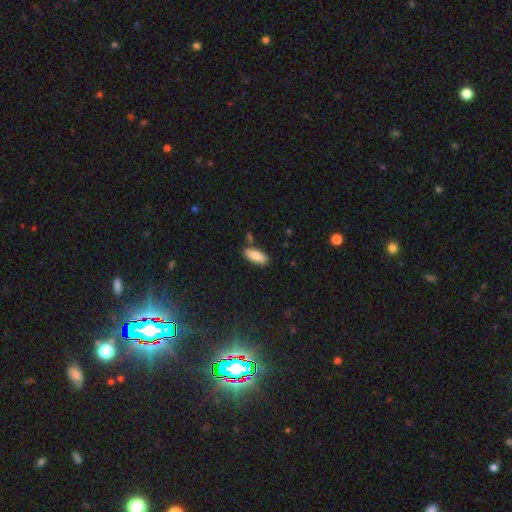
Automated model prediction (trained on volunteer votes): This appears to be a smooth galaxy with no disk features (86%) that is in between round and cigar-shaped (80%). Merging: none (82%).